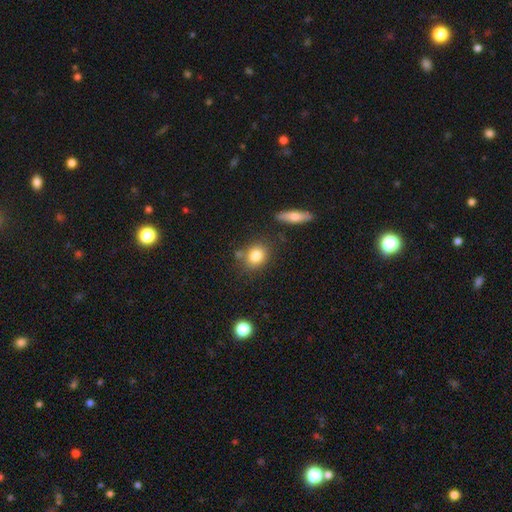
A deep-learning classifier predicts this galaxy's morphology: Smooth or featured: smooth — 82% (star or artifact — 9%)
How rounded: round — 65% (in between — 33%)
Merging: none — 73% (minor disturbance — 13%)